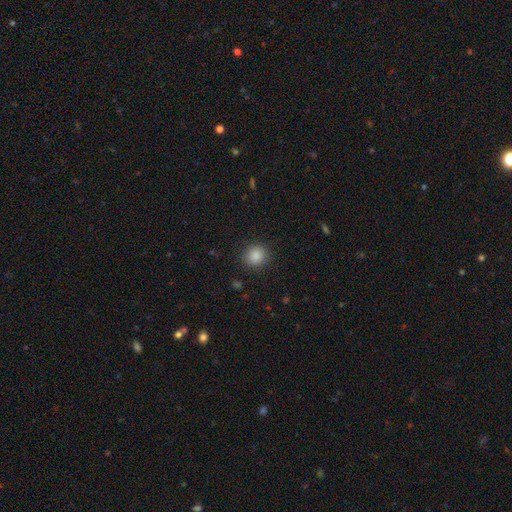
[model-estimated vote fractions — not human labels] Q: Smooth or featured?
A: smooth (86%); runner-up: star or artifact (10%)
Q: How rounded?
A: round (85%); runner-up: in between (14%)
Q: Merging?
A: none (89%); runner-up: minor disturbance (8%)